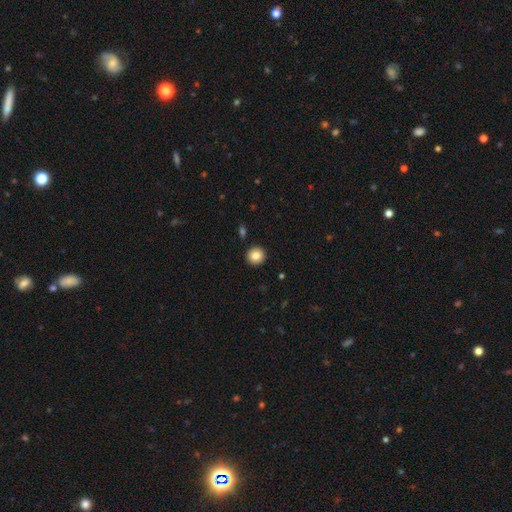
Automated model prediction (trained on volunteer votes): smooth-or-featured: smooth: 84% | star or artifact: 9% | featured or disk: 7%
  how-rounded: round: 94% | in between: 5% | cigar-shaped: 1%
  merging: none: 93% | minor disturbance: 5% | major disturbance: 1% | merger: 1%